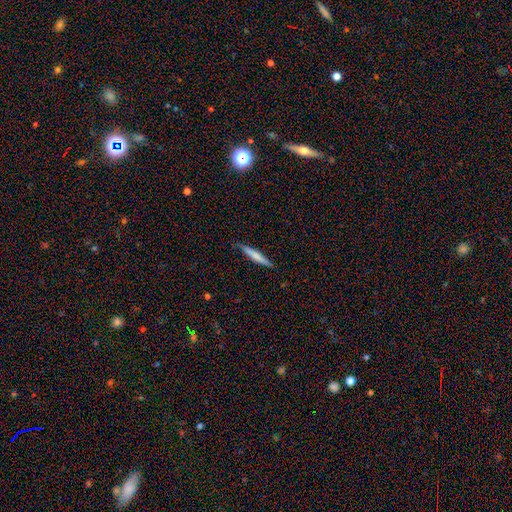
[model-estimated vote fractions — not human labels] smooth-or-featured: smooth: 62% | featured or disk: 32% | star or artifact: 6%
  how-rounded: cigar-shaped: 94% | in between: 5% | round: 1%
  merging: none: 86% | minor disturbance: 11% | major disturbance: 2% | merger: 1%